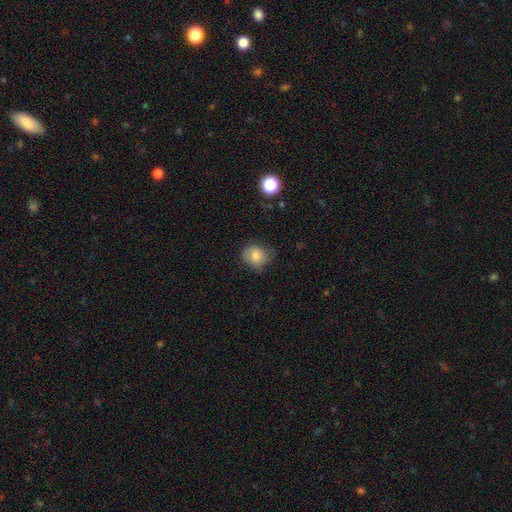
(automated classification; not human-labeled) This is likely a smooth galaxy (79%). How rounded: likely round (72%). Merging: likely none (69%).